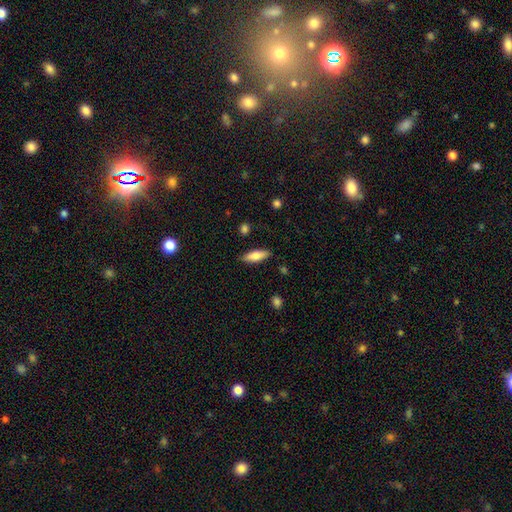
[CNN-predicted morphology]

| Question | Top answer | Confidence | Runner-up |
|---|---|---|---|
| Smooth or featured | smooth | 75% | featured or disk (19%) |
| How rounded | in between | 55% | cigar-shaped (43%) |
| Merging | none | 86% | minor disturbance (10%) |